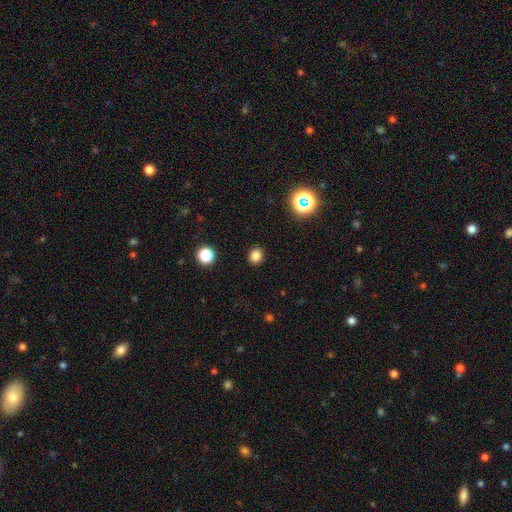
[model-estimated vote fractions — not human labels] Smooth or featured: smooth — 82% (star or artifact — 14%)
How rounded: round — 75% (in between — 24%)
Merging: none — 91% (minor disturbance — 6%)